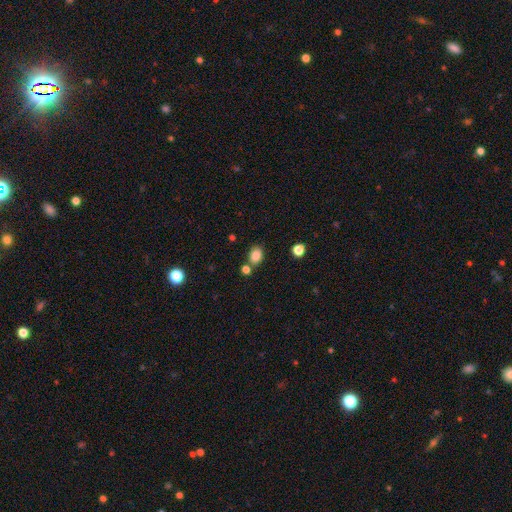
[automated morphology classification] The model was most divided on "how rounded": in between: 65%, round: 34%, cigar-shaped: 1%. More confident: smooth or featured — smooth (85%); merging — none (70%).